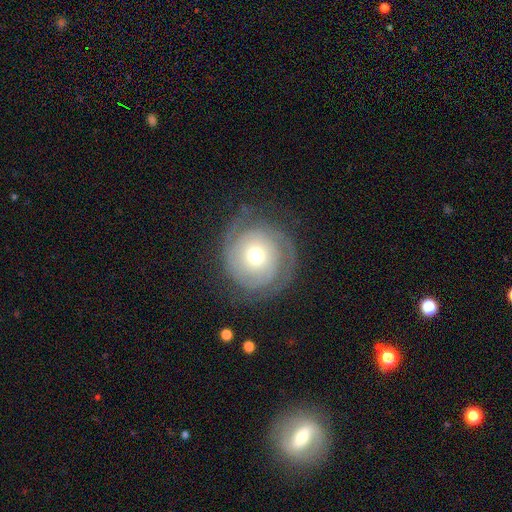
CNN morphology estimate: Q: Smooth or featured?
A: featured or disk (71%); runner-up: smooth (22%)
Q: Edge-on disk?
A: no (97%); runner-up: yes (3%)
Q: Bar?
A: no (83%); runner-up: weak (13%)
Q: Spiral arms?
A: yes (85%); runner-up: no (15%)
Q: Spiral winding?
A: tight (72%); runner-up: medium (20%)
Q: Spiral arm count?
A: 2 (54%); runner-up: can't tell (21%)
Q: Bulge size?
A: moderate (66%); runner-up: small (24%)
Q: Merging?
A: none (74%); runner-up: minor disturbance (16%)